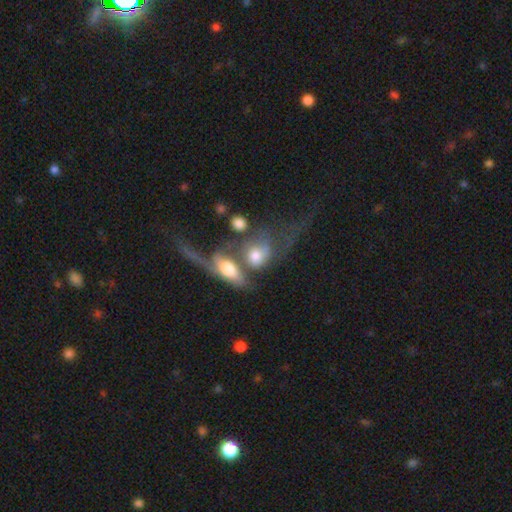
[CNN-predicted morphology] smooth 50%, featured or disk 40%, star or artifact 10%. Down the decision tree: merging — merger (63%).